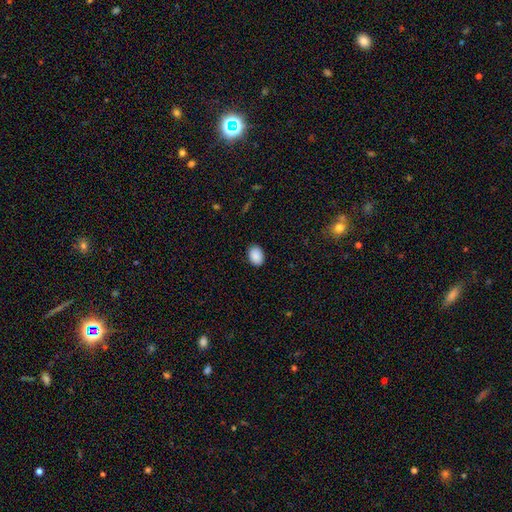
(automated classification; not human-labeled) smooth-or-featured: smooth: 90% | star or artifact: 7% | featured or disk: 3%
  how-rounded: in between: 80% | round: 19% | cigar-shaped: 1%
  merging: none: 89% | minor disturbance: 8% | major disturbance: 2% | merger: 1%